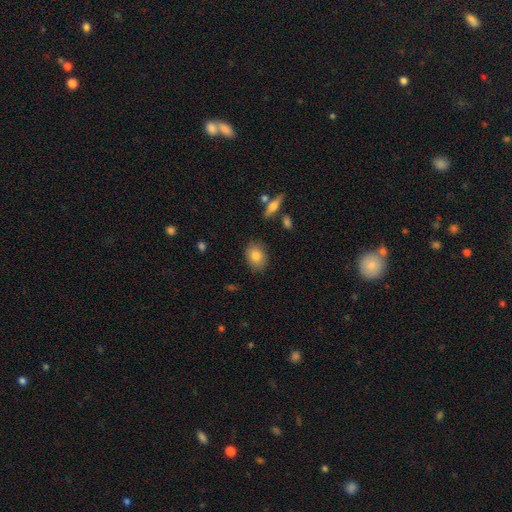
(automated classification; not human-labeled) smooth 81%, featured or disk 11%, star or artifact 8%. Down the decision tree: how rounded — in between (69%); merging — none (84%).